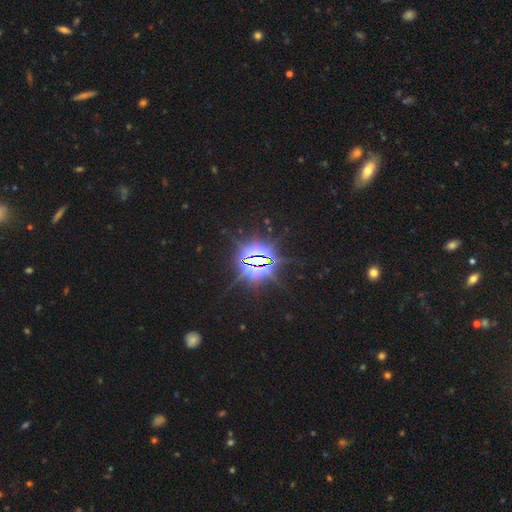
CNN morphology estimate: Smooth or featured? star or artifact (85%)